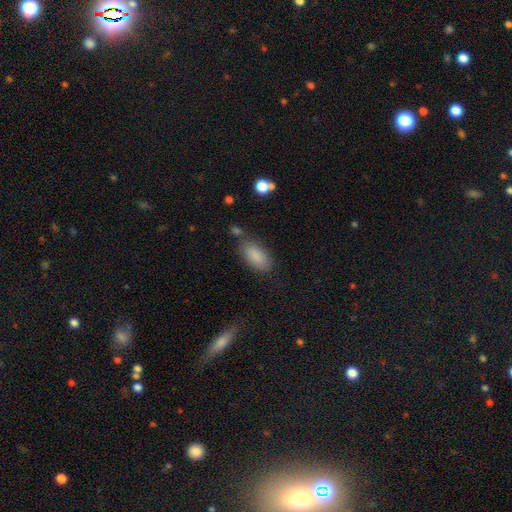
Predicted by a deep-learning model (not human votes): Smooth or featured: smooth — 87% (star or artifact — 7%)
How rounded: in between — 91% (cigar-shaped — 6%)
Merging: none — 74% (minor disturbance — 16%)